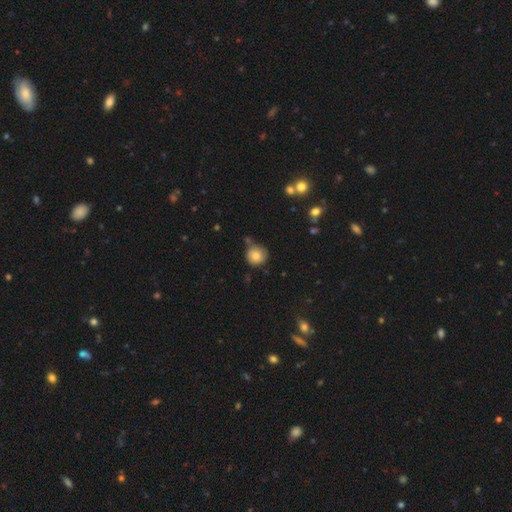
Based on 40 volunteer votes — A smooth galaxy with no disk features (82%) that is round (97%).

Vote fractions:
- Smooth or featured? smooth: 82% / featured or disk: 10% / star or artifact: 8%
- How rounded? round: 97% / cigar-shaped: 3% / in between: 0%
- Merging? none: 46% / minor disturbance: 30% / merger: 14% / major disturbance: 11%